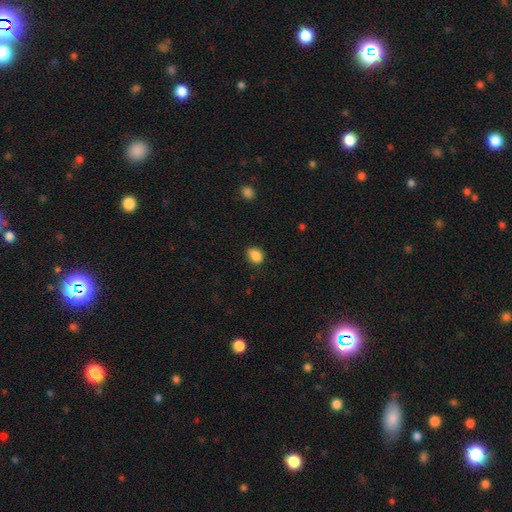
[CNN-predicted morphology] smooth_or_featured: smooth (p=0.87) [alt: star or artifact p=0.09]
how_rounded: in between (p=0.61) [alt: round p=0.38]
merging: none (p=0.78) [alt: minor disturbance p=0.18]